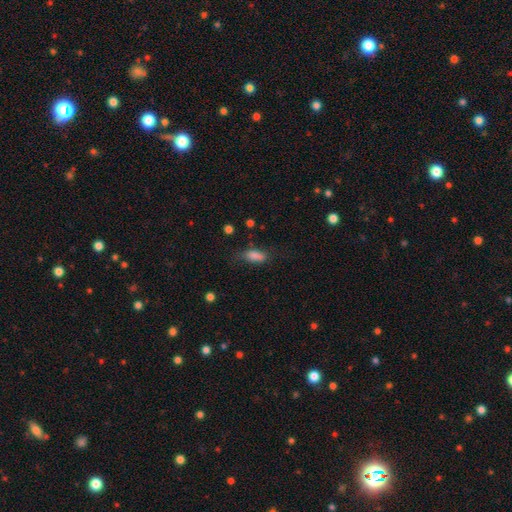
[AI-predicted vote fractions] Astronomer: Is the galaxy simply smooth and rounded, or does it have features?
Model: smooth — 83%.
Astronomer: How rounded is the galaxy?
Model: in between — 79%.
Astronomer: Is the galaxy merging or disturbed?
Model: none — 61%.